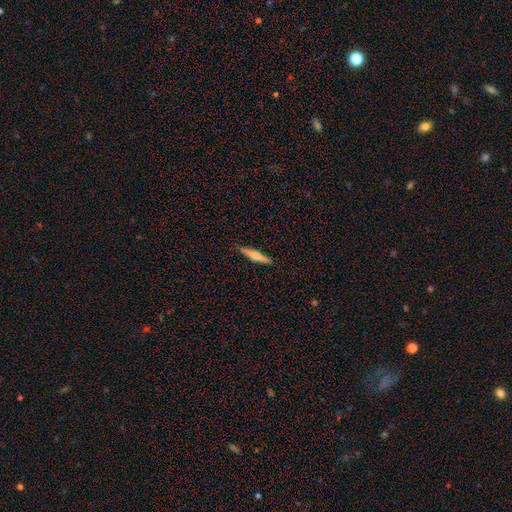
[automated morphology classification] Smooth or featured?
  - smooth: 54% *
  - featured or disk: 40%
  - star or artifact: 6%
How rounded?
  - cigar-shaped: 89% *
  - in between: 9%
  - round: 2%
Merging?
  - none: 89% *
  - minor disturbance: 9%
  - major disturbance: 2%
  - merger: 1%